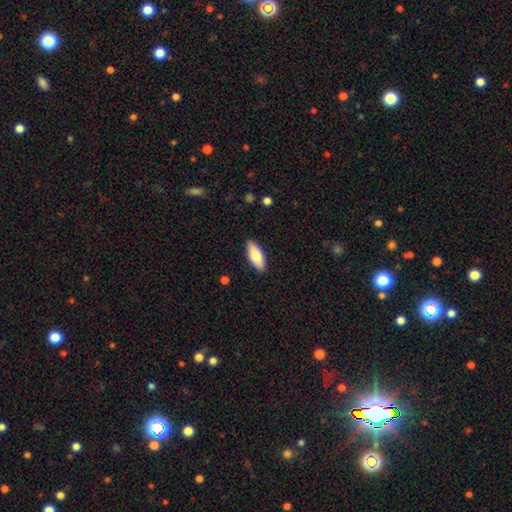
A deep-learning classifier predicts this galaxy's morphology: smooth-or-featured: smooth: 79% | featured or disk: 16% | star or artifact: 6%
  how-rounded: in between: 75% | cigar-shaped: 23% | round: 2%
  merging: none: 88% | minor disturbance: 9% | major disturbance: 2% | merger: 1%